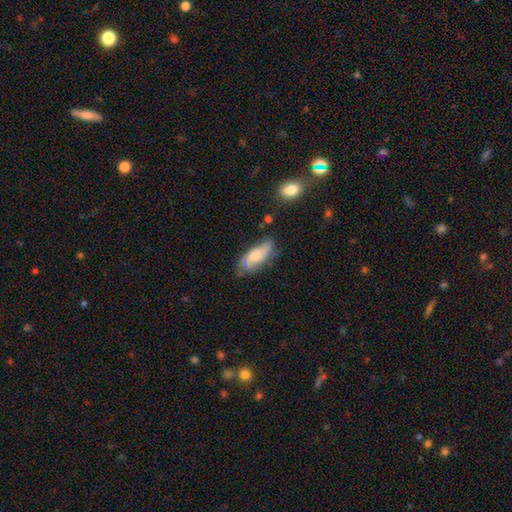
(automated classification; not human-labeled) The model was most divided on "merging": none: 58%, minor disturbance: 29%, major disturbance: 9%, merger: 4%. More confident: how rounded — in between (77%); smooth or featured — smooth (62%).